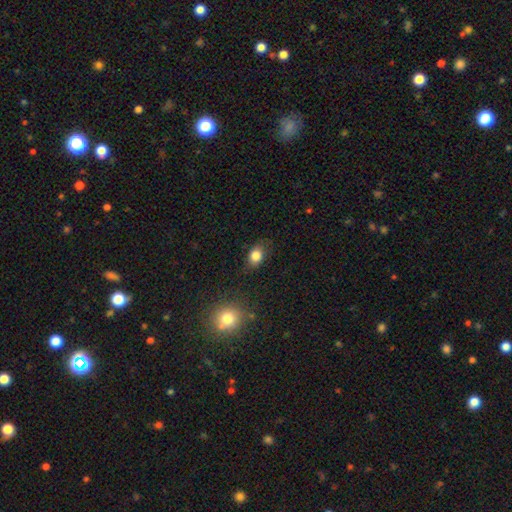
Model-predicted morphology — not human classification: Smooth or featured? Predicted: smooth (p=0.83). How rounded? Predicted: in between (p=0.64). Merging? Predicted: none (p=0.77).